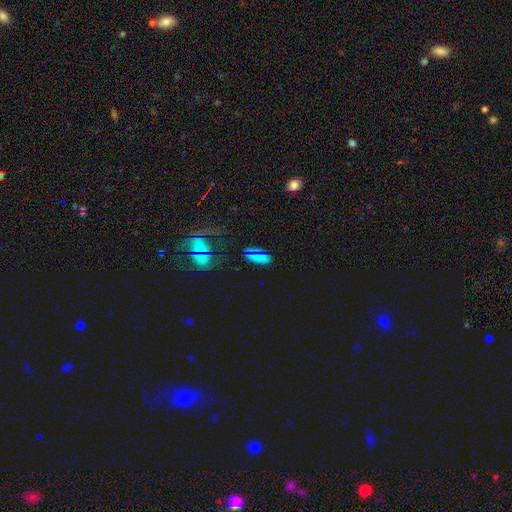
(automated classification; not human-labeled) Smooth or featured?
  - smooth: 65% *
  - star or artifact: 20%
  - featured or disk: 15%
How rounded?
  - in between: 86% *
  - cigar-shaped: 9%
  - round: 5%
Merging?
  - none: 76% *
  - minor disturbance: 15%
  - major disturbance: 5%
  - merger: 3%